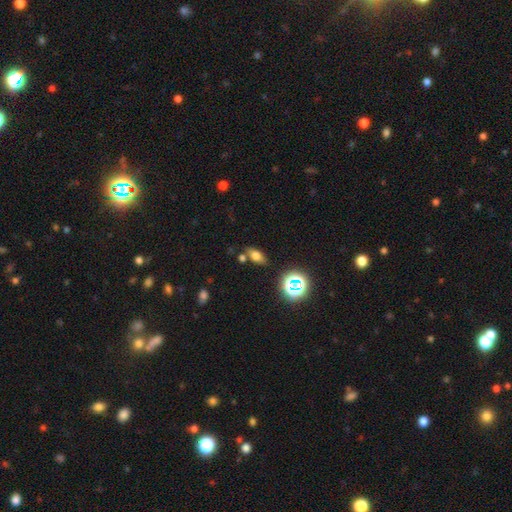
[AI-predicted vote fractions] Smooth or featured? smooth (68%)
How rounded? in between (81%)
Merging? none (75%)